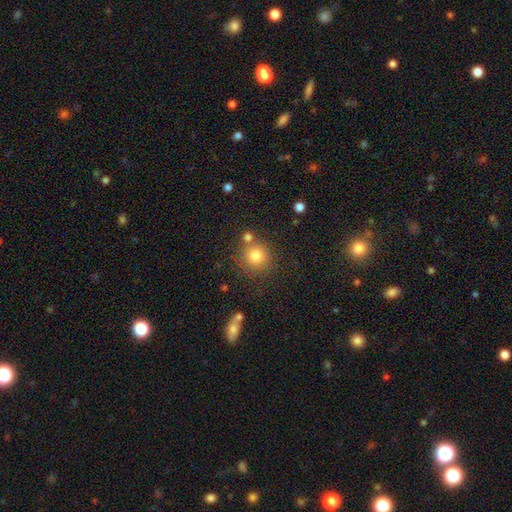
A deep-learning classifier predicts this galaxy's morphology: smooth-or-featured: smooth: 81% | star or artifact: 11% | featured or disk: 8%
  how-rounded: round: 92% | in between: 7% | cigar-shaped: 1%
  merging: none: 74% | merger: 13% | minor disturbance: 10% | major disturbance: 4%